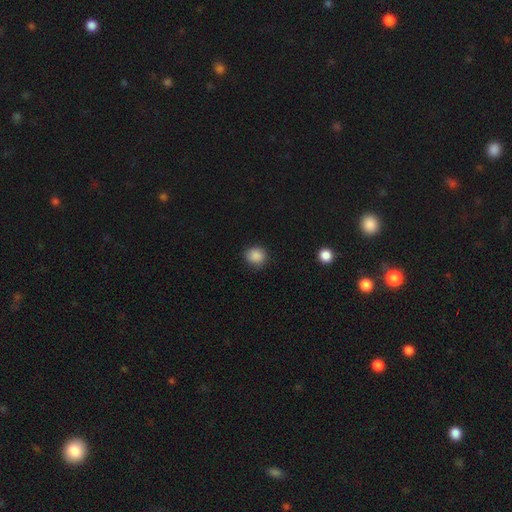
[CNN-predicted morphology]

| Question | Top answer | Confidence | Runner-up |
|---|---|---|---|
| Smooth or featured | smooth | 87% | star or artifact (10%) |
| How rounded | round | 80% | in between (19%) |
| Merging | none | 83% | minor disturbance (13%) |